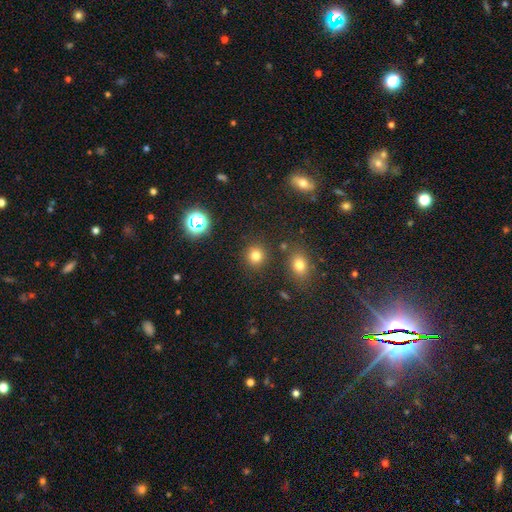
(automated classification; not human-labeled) Smooth or featured: smooth — 77% (star or artifact — 17%)
How rounded: round — 90% (in between — 9%)
Merging: none — 87% (minor disturbance — 7%)